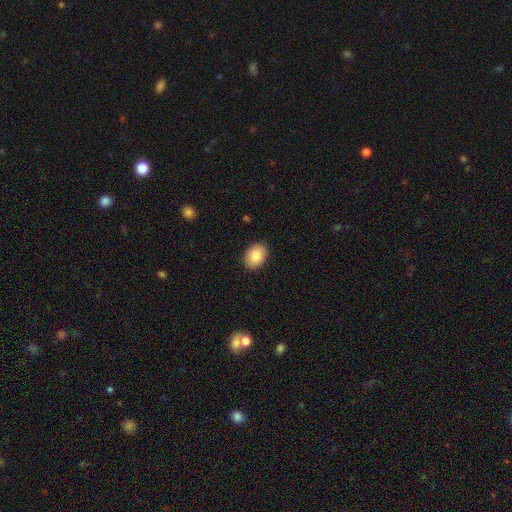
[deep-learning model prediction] Smooth or featured?
  - smooth: 83% *
  - featured or disk: 9%
  - star or artifact: 7%
How rounded?
  - in between: 79% *
  - round: 20%
  - cigar-shaped: 1%
Merging?
  - none: 89% *
  - minor disturbance: 8%
  - major disturbance: 2%
  - merger: 1%